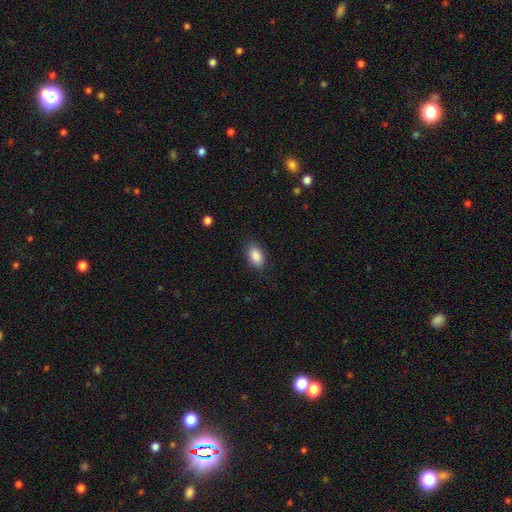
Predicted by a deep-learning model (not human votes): The model was most divided on "merging": none: 85%, minor disturbance: 11%, major disturbance: 3%, merger: 1%. More confident: how rounded — in between (91%); smooth or featured — smooth (89%).